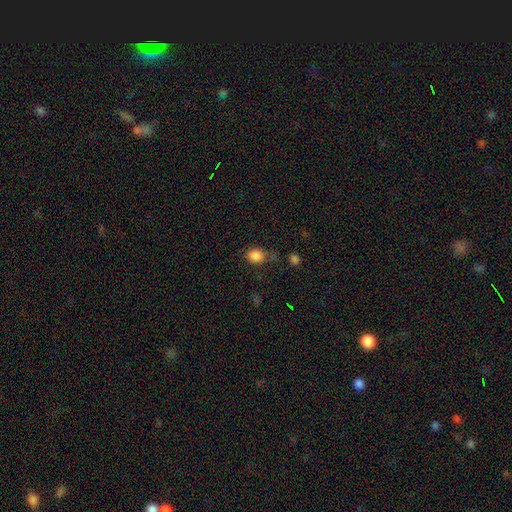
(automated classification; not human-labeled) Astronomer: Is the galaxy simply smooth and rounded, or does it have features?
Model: smooth — 85%.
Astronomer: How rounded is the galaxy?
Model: round — 57% (runner-up: in between, 42%).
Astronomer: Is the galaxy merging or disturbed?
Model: none — 59%.